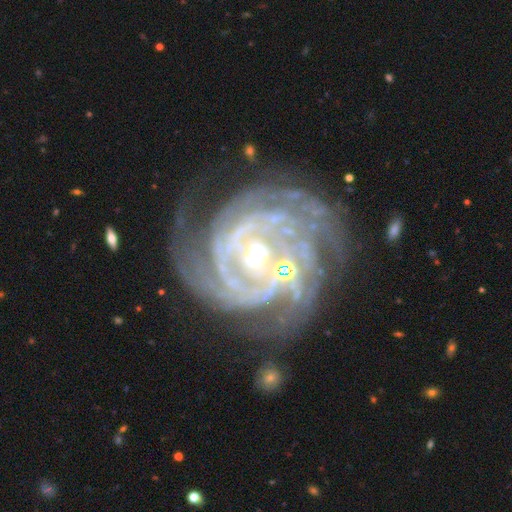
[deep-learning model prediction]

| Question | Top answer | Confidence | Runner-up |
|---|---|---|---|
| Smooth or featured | featured or disk | 91% | star or artifact (5%) |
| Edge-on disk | no | 98% | yes (2%) |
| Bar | no | 47% | weak (33%) |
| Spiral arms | yes | 98% | no (2%) |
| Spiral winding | tight | 73% | medium (23%) |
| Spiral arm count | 3 | 25% | can't tell (20%) |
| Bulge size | moderate | 64% | small (28%) |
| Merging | none | 57% | minor disturbance (20%) |